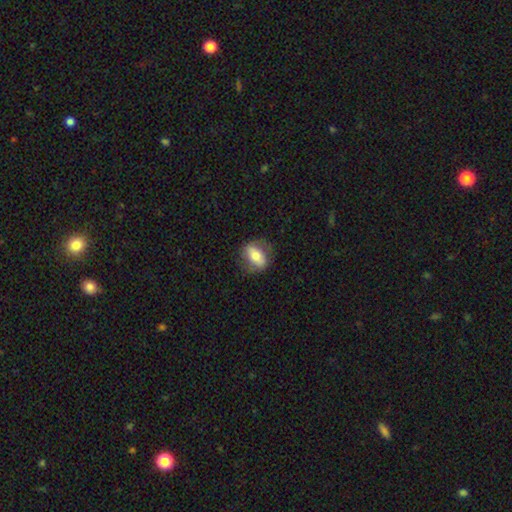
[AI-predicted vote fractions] This is possibly a smooth galaxy (57%). How rounded: likely in between (75%). Merging: likely none (75%).